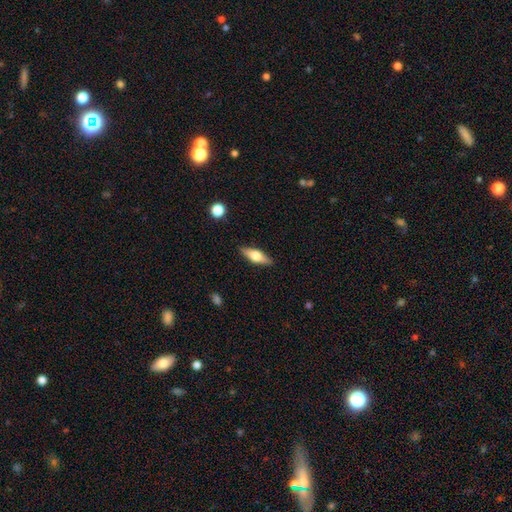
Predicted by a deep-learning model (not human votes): Q: Smooth or featured?
A: smooth (52%); runner-up: featured or disk (42%)
Q: How rounded?
A: in between (56%); runner-up: cigar-shaped (41%)
Q: Merging?
A: none (87%); runner-up: minor disturbance (9%)